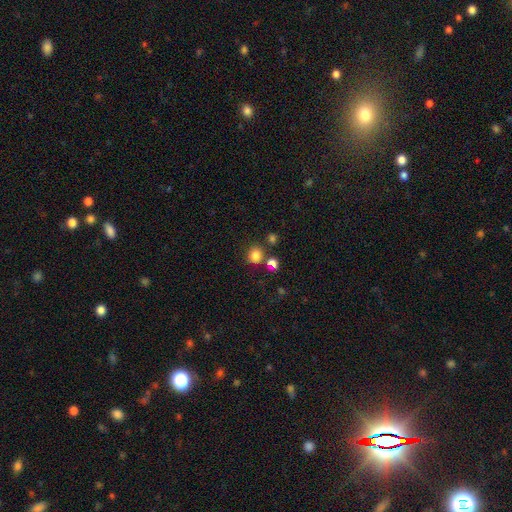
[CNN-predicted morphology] Smooth or featured: smooth — 81% (star or artifact — 13%)
How rounded: round — 82% (in between — 17%)
Merging: none — 76% (merger — 12%)